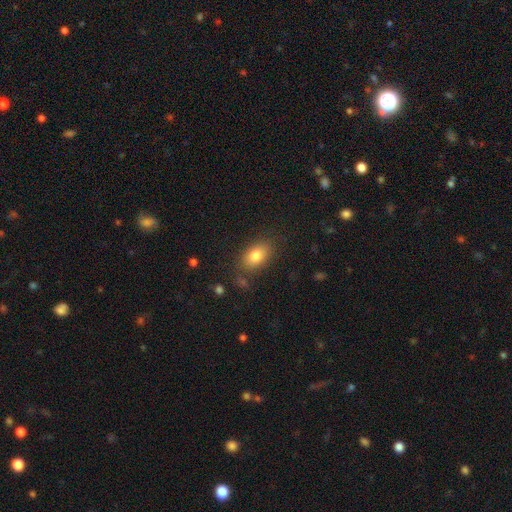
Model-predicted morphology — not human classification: Smooth or featured: smooth — 80% (featured or disk — 11%)
How rounded: in between — 86% (round — 12%)
Merging: none — 79% (minor disturbance — 13%)